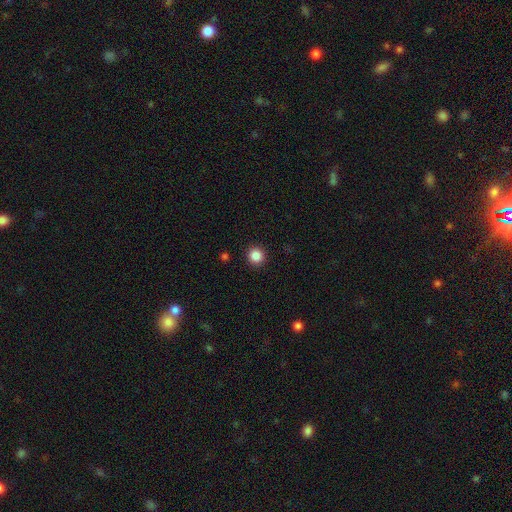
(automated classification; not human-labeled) Smooth or featured: smooth — 86% (star or artifact — 11%)
How rounded: round — 94% (in between — 5%)
Merging: none — 93% (minor disturbance — 5%)